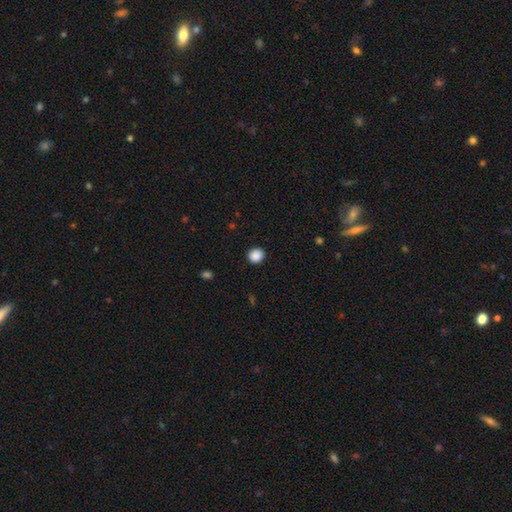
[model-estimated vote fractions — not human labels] Smooth or featured: smooth — 88% (star or artifact — 9%)
How rounded: round — 79% (in between — 20%)
Merging: none — 90% (minor disturbance — 7%)